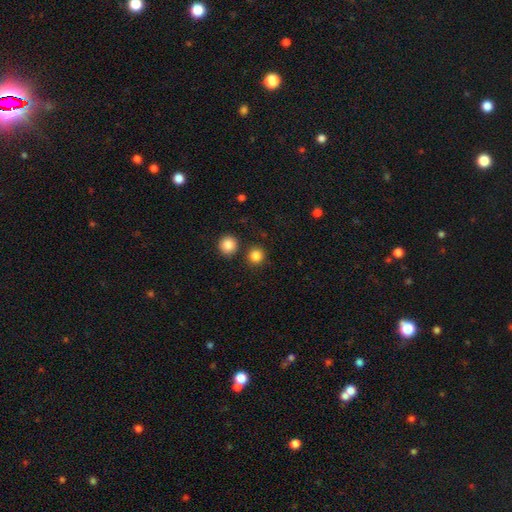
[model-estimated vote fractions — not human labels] This appears to be a smooth galaxy with no disk features (84%) that is round (92%). Merging: none (85%).